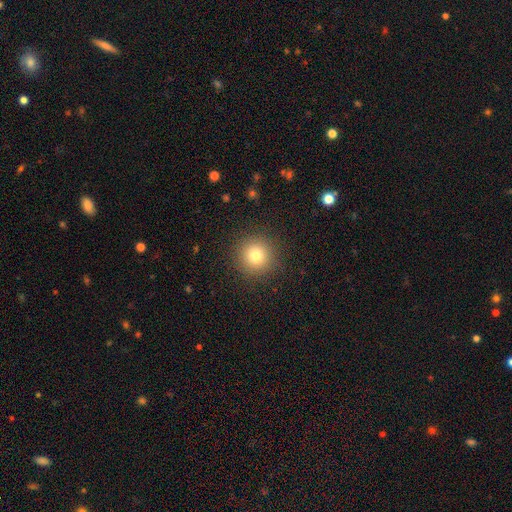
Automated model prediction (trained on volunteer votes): Q: Smooth or featured?
A: smooth (78%); runner-up: star or artifact (13%)
Q: How rounded?
A: round (95%); runner-up: in between (4%)
Q: Merging?
A: none (91%); runner-up: minor disturbance (6%)